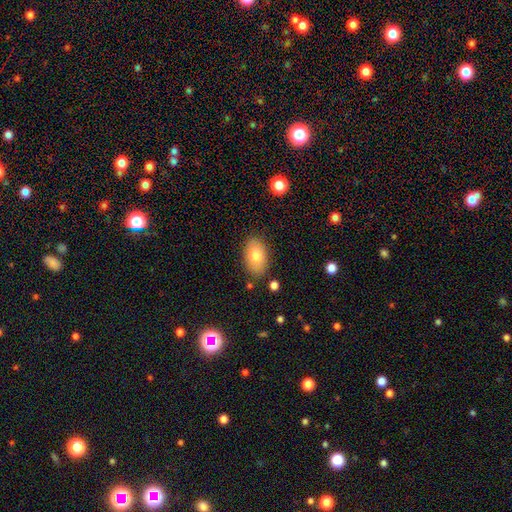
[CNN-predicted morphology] Q: Smooth or featured?
A: smooth (79%); runner-up: featured or disk (14%)
Q: How rounded?
A: in between (91%); runner-up: round (8%)
Q: Merging?
A: none (83%); runner-up: minor disturbance (12%)